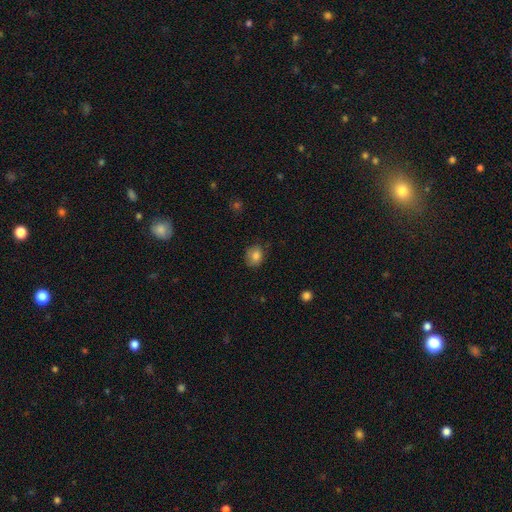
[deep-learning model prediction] smooth_or_featured: smooth (p=0.82) [alt: star or artifact p=0.10]
how_rounded: round (p=0.51) [alt: in between p=0.48]
merging: none (p=0.74) [alt: minor disturbance p=0.20]